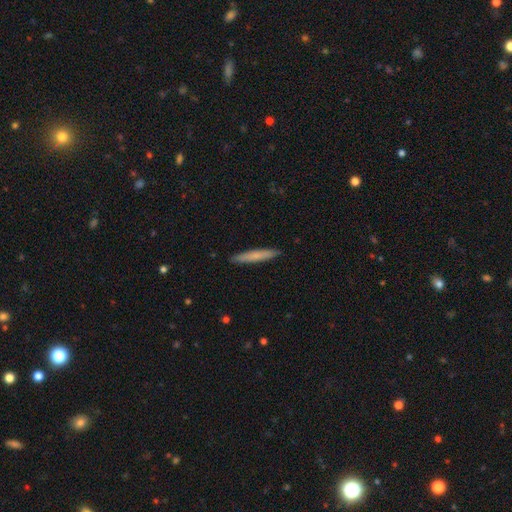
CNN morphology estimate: A smooth galaxy with no disk features (70%) that is cigar-shaped (95%).

Vote fractions:
- Smooth or featured? smooth: 70% / featured or disk: 25% / star or artifact: 6%
- How rounded? cigar-shaped: 95% / in between: 4% / round: 1%
- Merging? none: 91% / minor disturbance: 7% / major disturbance: 1% / merger: 1%